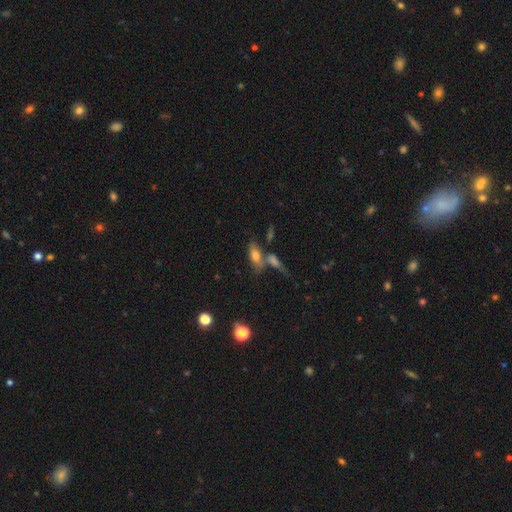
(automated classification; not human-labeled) Smooth or featured: smooth — 67% (featured or disk — 23%)
How rounded: in between — 79% (cigar-shaped — 16%)
Merging: none — 47% (merger — 34%)